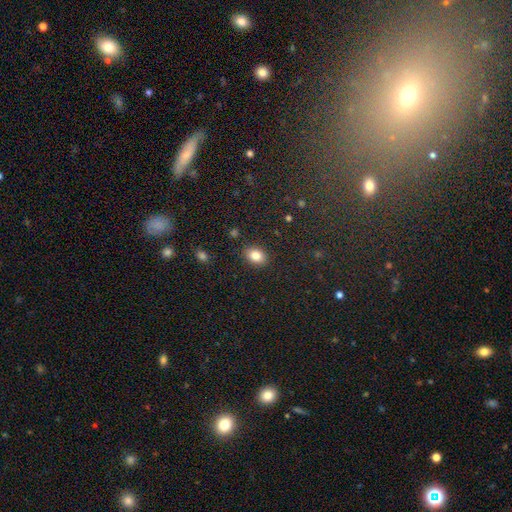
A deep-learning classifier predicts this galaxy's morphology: Q: Smooth or featured?
A: smooth (83%); runner-up: star or artifact (9%)
Q: How rounded?
A: in between (71%); runner-up: round (28%)
Q: Merging?
A: none (87%); runner-up: minor disturbance (9%)